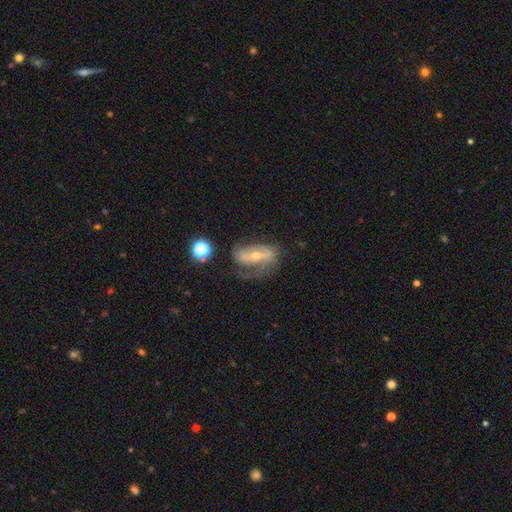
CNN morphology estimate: A featured or disk galaxy (80%) with a strong bar (48%), 2 (65%) medium (43%) spiral arms (89%) and a moderate central bulge (49%). Merging: none (51%).